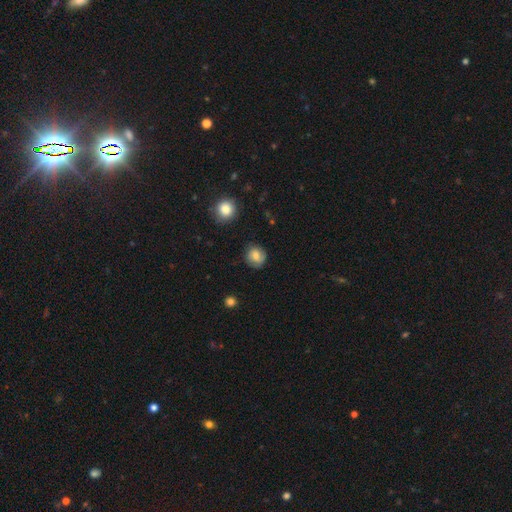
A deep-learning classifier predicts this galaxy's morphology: Q: Smooth or featured?
A: smooth (66%); runner-up: featured or disk (25%)
Q: How rounded?
A: round (86%); runner-up: in between (13%)
Q: Merging?
A: none (82%); runner-up: minor disturbance (13%)